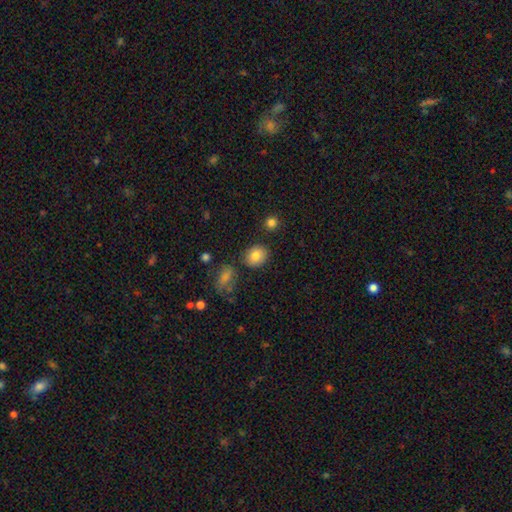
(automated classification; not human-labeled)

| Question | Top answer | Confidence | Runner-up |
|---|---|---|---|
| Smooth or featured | smooth | 82% | star or artifact (9%) |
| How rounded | round | 64% | in between (35%) |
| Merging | none | 83% | minor disturbance (10%) |